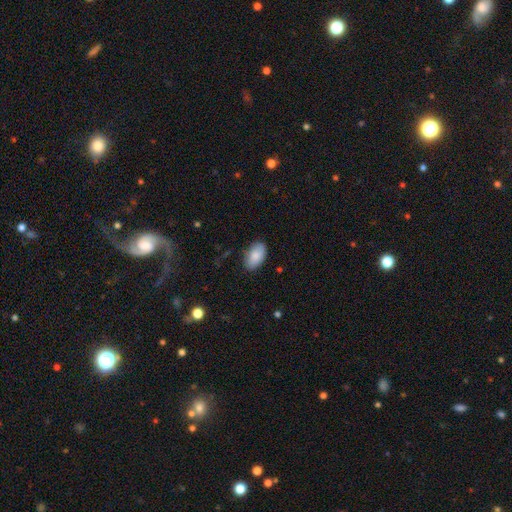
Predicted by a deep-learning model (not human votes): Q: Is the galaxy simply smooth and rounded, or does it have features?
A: smooth — 86%.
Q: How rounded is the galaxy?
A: in between — 94%.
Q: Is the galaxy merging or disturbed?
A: none — 81%.